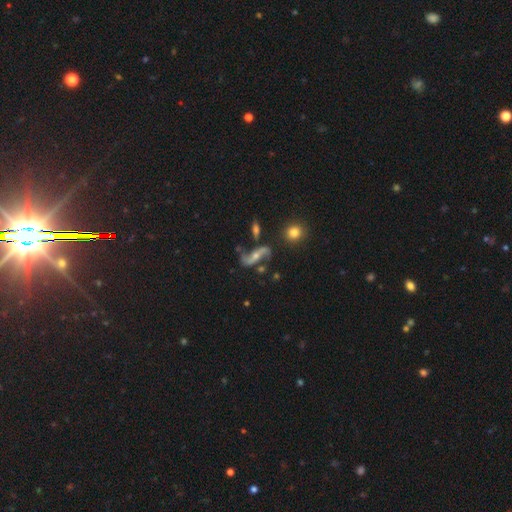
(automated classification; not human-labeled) smooth-or-featured: featured or disk: 84% | smooth: 9% | star or artifact: 7%
  disk-edge-on: no: 93% | yes: 7%
    bar: no: 47% | weak: 30% | strong: 22%
    has-spiral-arms: yes: 94% | no: 6%
      spiral-winding: loose: 83% | medium: 13% | tight: 4%
      spiral-arm-count: 2: 93% | 1: 2% | can't tell: 2% | 3: 1% | 4: 1% | more than 4: 1%
    bulge-size: small: 47% | moderate: 45% | none: 4% | large: 3% | dominant: 1%
  merging: none: 62% | minor disturbance: 18% | major disturbance: 11% | merger: 9%